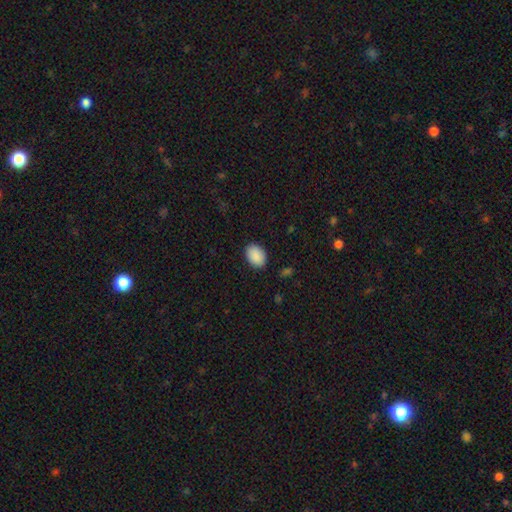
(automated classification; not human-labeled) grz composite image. It shows a smooth galaxy with no disk features (90%) that is in between round and cigar-shaped (78%). Merging: none (88%).